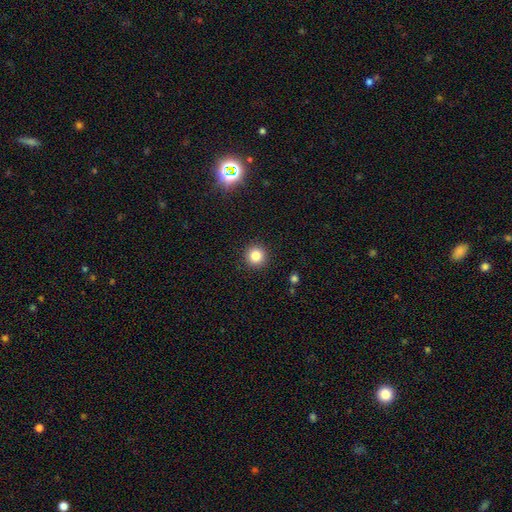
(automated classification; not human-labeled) A smooth galaxy with no disk features (83%) that is round (94%).

Vote fractions:
- Smooth or featured? smooth: 83% / star or artifact: 12% / featured or disk: 5%
- How rounded? round: 94% / in between: 5% / cigar-shaped: 1%
- Merging? none: 92% / minor disturbance: 5% / major disturbance: 2% / merger: 1%